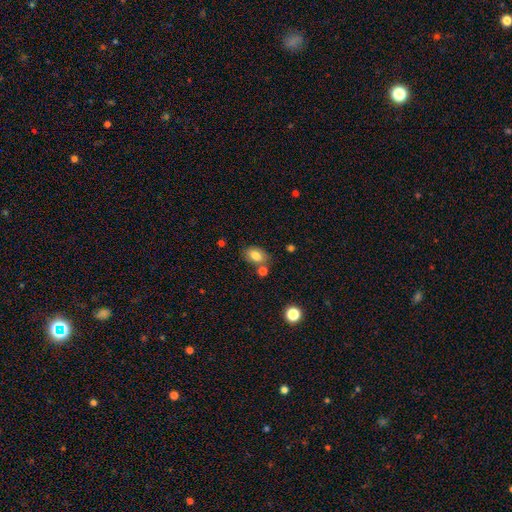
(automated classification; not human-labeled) Morphology: type=smooth (80%); roundness=in between (84%); merging=none (69%).